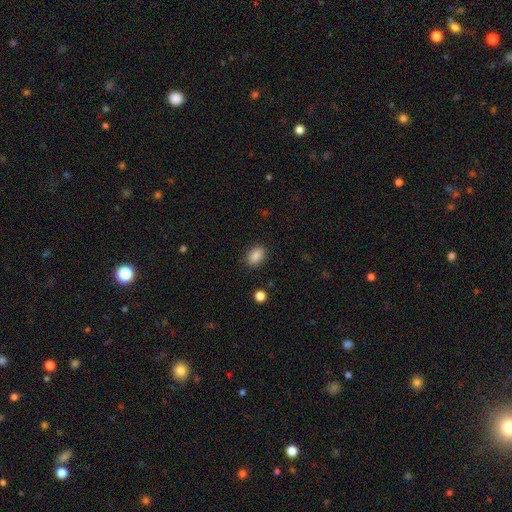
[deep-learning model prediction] This is clearly a smooth galaxy (87%). How rounded: clearly in between (81%). Merging: clearly none (87%).